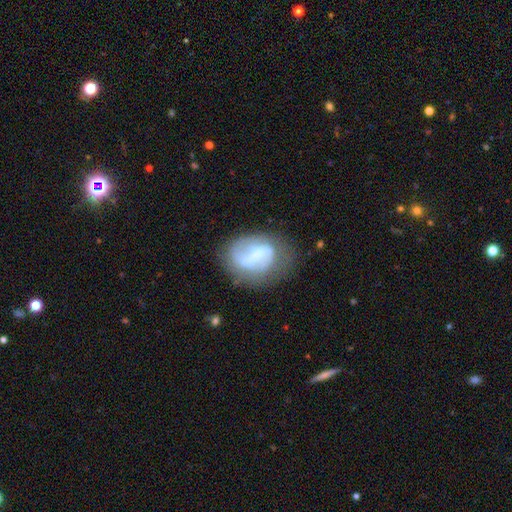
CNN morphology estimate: This is likely a featured or disk galaxy (70%). It is clearly not viewed edge-on (95%). Bar: likely strong (65%). Spiral arm pattern: possibly yes (53%). Central bulge: possibly small (46%). Merging: possibly none (59%).